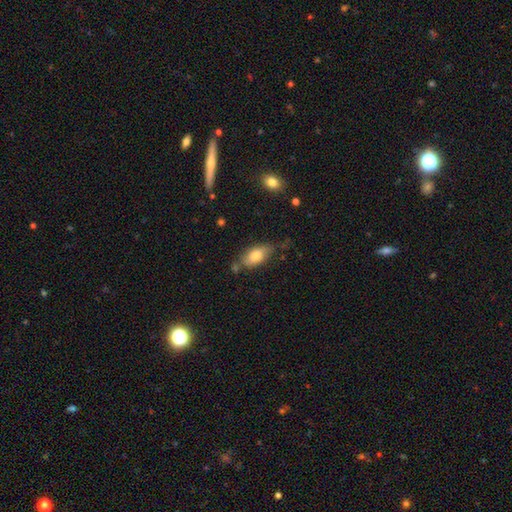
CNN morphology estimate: Smooth or featured? smooth (73%)
How rounded? in between (86%)
Merging? none (66%)